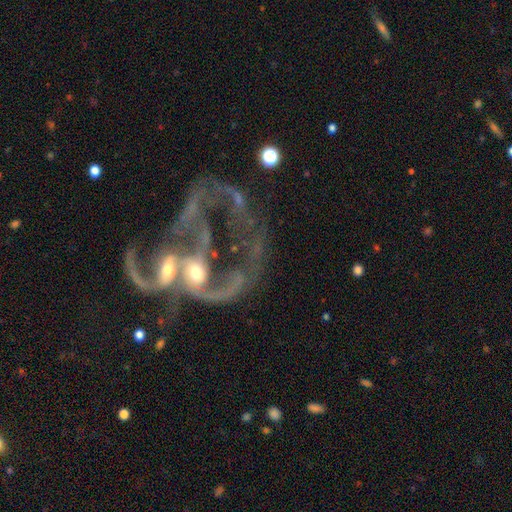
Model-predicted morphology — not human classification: Smooth or featured? Predicted: featured or disk (p=0.79). Edge-on disk? Predicted: no (p=0.97). Bar? Predicted: no (p=0.61). Spiral arms? Predicted: yes (p=0.66). Spiral winding? Predicted: loose (p=0.58). Spiral arm count? Predicted: 2 (p=0.40). Bulge size? Predicted: moderate (p=0.49). Merging? Predicted: merger (p=0.68).